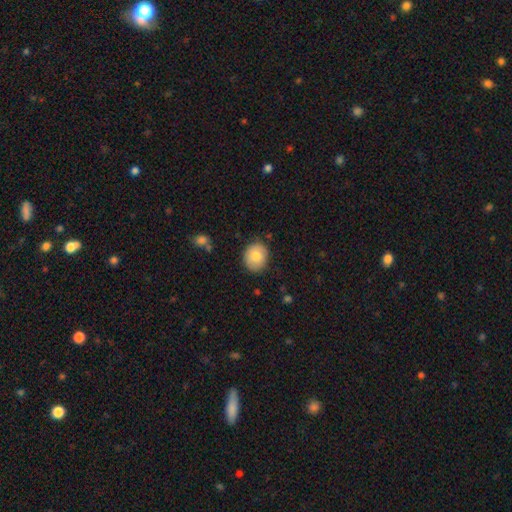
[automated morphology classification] A smooth galaxy with no disk features (81%) that is round (62%).

Vote fractions:
- Smooth or featured? smooth: 81% / featured or disk: 11% / star or artifact: 8%
- How rounded? round: 62% / in between: 37% / cigar-shaped: 1%
- Merging? none: 83% / minor disturbance: 13% / major disturbance: 3% / merger: 1%